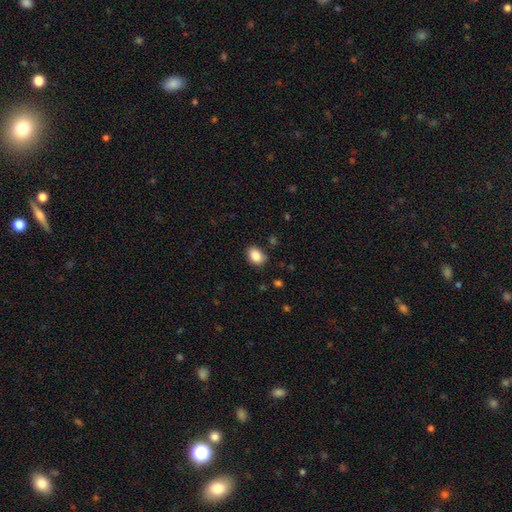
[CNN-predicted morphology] This is clearly a smooth galaxy (87%). How rounded: likely in between (63%). Merging: clearly none (83%).